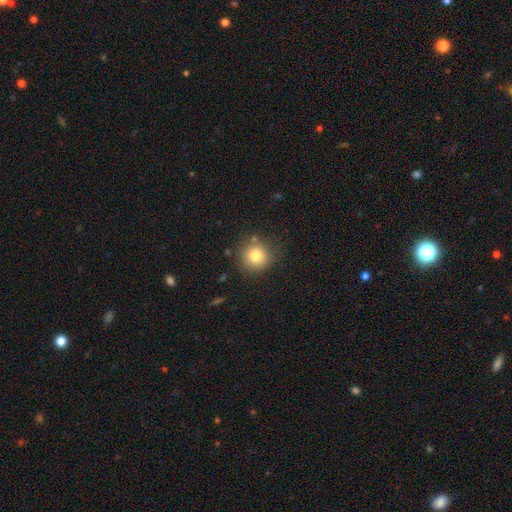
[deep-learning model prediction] The model was most divided on "merging": none: 81%, minor disturbance: 12%, major disturbance: 4%, merger: 3%. More confident: how rounded — round (91%); smooth or featured — smooth (80%).